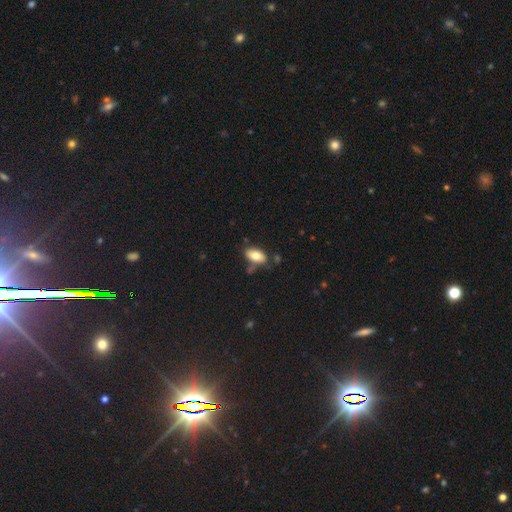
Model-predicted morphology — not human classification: Smooth or featured? smooth (80%)
How rounded? in between (92%)
Merging? none (69%)